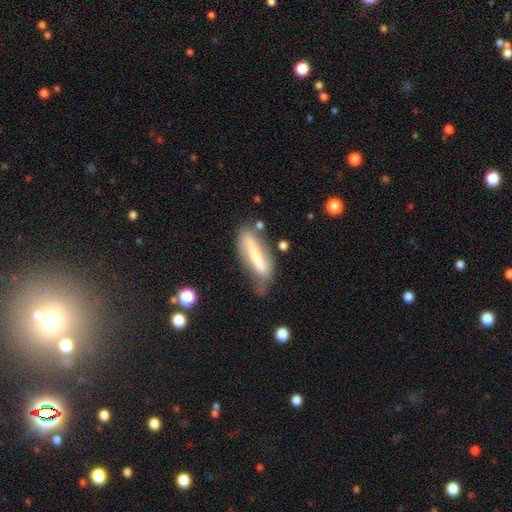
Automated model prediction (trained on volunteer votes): Smooth or featured?
  - smooth: 49% *
  - featured or disk: 45%
  - star or artifact: 7%
Merging?
  - none: 52% *
  - minor disturbance: 30%
  - major disturbance: 12%
  - merger: 6%